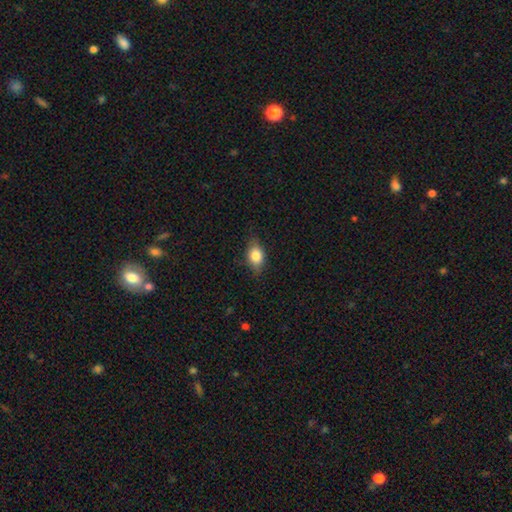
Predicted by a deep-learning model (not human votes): A smooth galaxy with no disk features (81%) that is in between round and cigar-shaped (79%).

Vote fractions:
- Smooth or featured? smooth: 81% / featured or disk: 11% / star or artifact: 8%
- How rounded? in between: 79% / round: 18% / cigar-shaped: 4%
- Merging? none: 77% / minor disturbance: 18% / major disturbance: 4% / merger: 1%